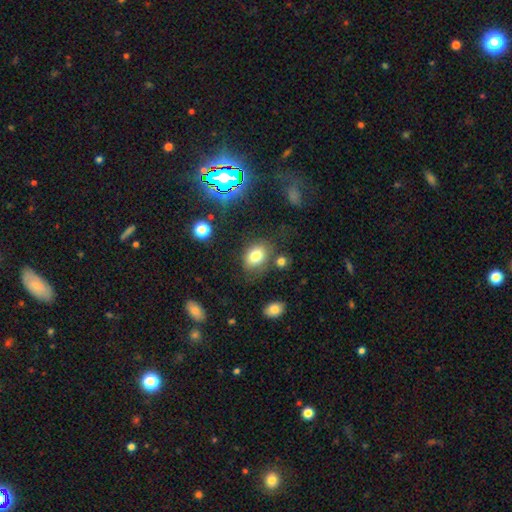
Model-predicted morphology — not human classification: Smooth or featured? smooth (76%)
How rounded? in between (67%)
Merging? none (71%)